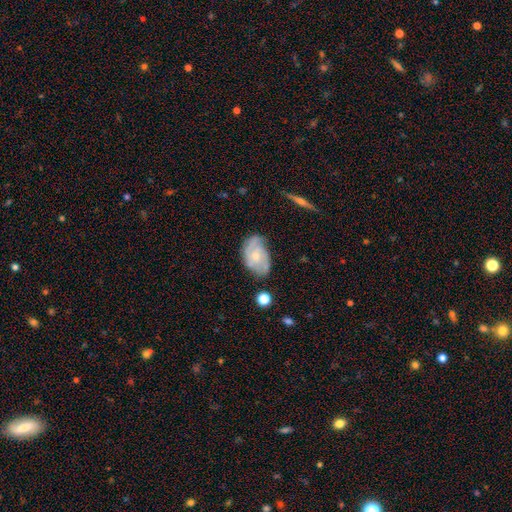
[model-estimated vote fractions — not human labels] Smooth or featured? featured or disk (64%)
Edge-on disk? no (95%)
Bar? no (75%)
Spiral arms? yes (82%)
Bulge size? small (64%)
Merging? none (61%)